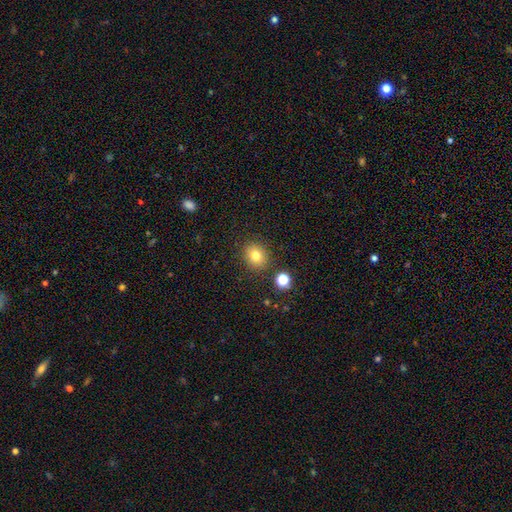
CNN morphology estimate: Smooth or featured: smooth — 79% (star or artifact — 13%)
How rounded: round — 74% (in between — 25%)
Merging: none — 86% (minor disturbance — 8%)